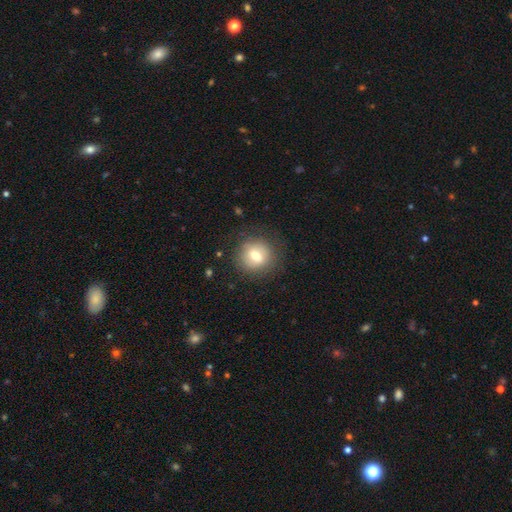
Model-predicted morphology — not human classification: A smooth galaxy with no disk features (69%) that is round (89%). Merging: none (82%).